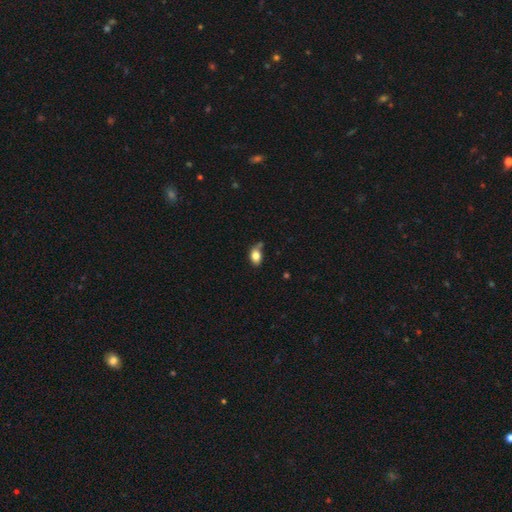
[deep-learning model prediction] A smooth galaxy with no disk features (82%) that is in between round and cigar-shaped (84%).

Vote fractions:
- Smooth or featured? smooth: 82% / star or artifact: 9% / featured or disk: 9%
- How rounded? in between: 84% / round: 14% / cigar-shaped: 2%
- Merging? none: 61% / minor disturbance: 25% / merger: 9% / major disturbance: 5%